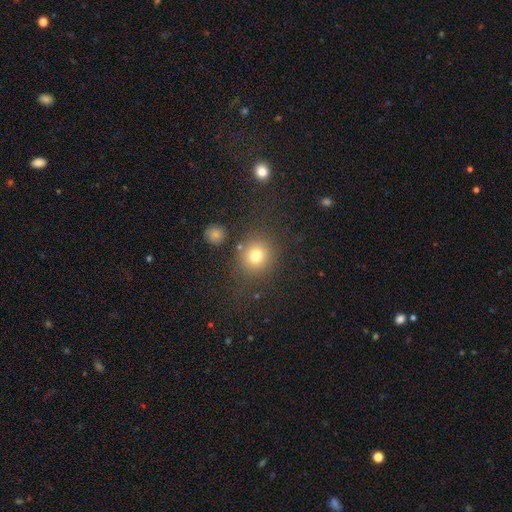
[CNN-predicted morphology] smooth-or-featured: smooth: 77% | star or artifact: 15% | featured or disk: 8%
  how-rounded: round: 87% | in between: 12% | cigar-shaped: 1%
  merging: none: 81% | minor disturbance: 9% | merger: 5% | major disturbance: 5%